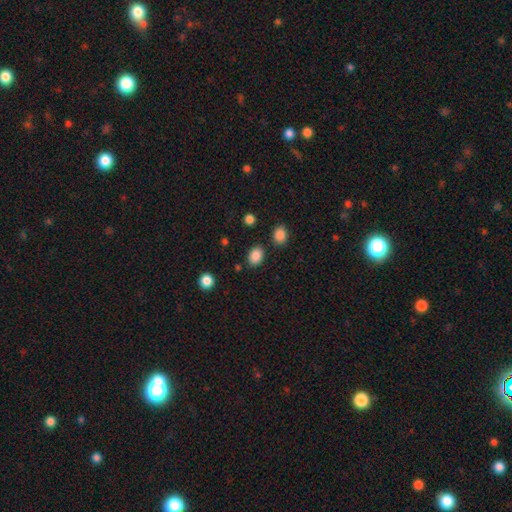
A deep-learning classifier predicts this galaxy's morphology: A smooth galaxy with no disk features (87%) that is in between round and cigar-shaped (70%). Merging: none (83%).